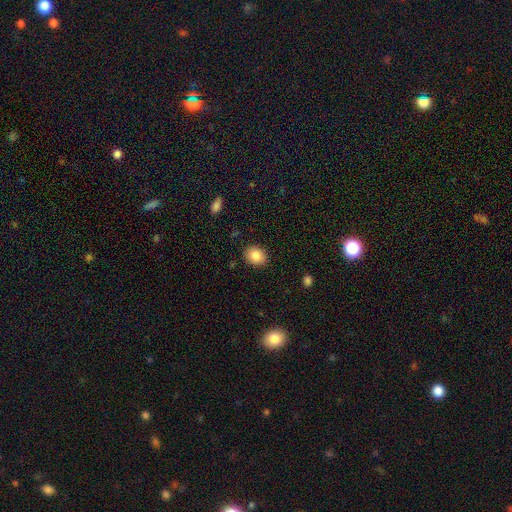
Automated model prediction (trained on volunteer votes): Smooth or featured? Predicted: smooth (p=0.84). How rounded? Predicted: round (p=0.53). Merging? Predicted: none (p=0.89).